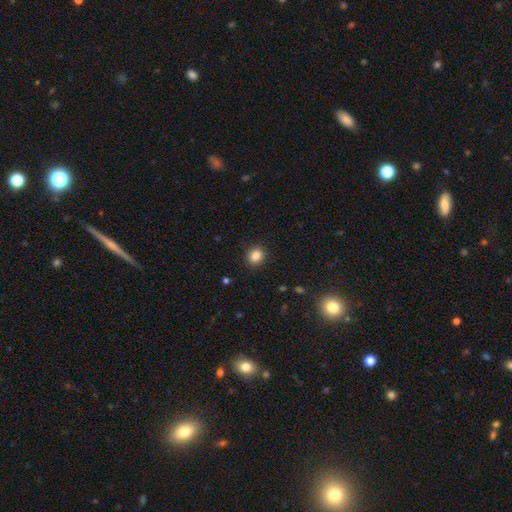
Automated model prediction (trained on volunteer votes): A smooth galaxy with no disk features (87%) that is round (59%).

Vote fractions:
- Smooth or featured? smooth: 87% / star or artifact: 10% / featured or disk: 3%
- How rounded? round: 59% / in between: 40% / cigar-shaped: 1%
- Merging? none: 89% / minor disturbance: 8% / major disturbance: 2% / merger: 1%